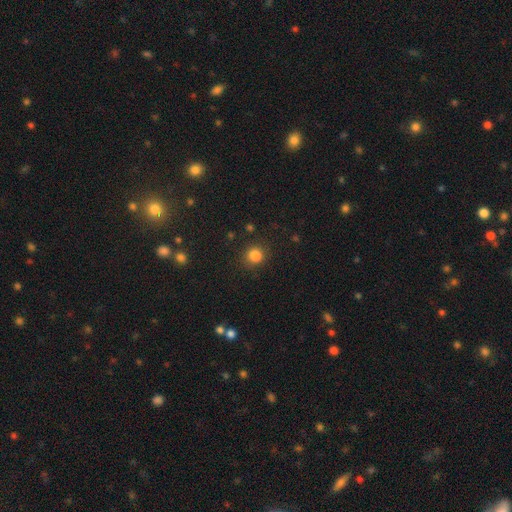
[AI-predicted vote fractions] Smooth or featured? smooth (83%)
How rounded? round (81%)
Merging? none (86%)